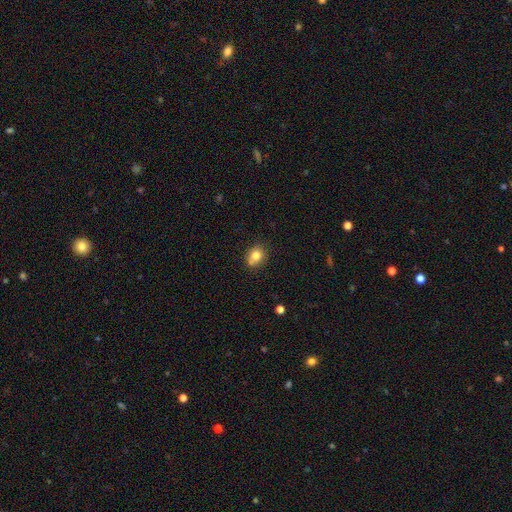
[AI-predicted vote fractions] A smooth galaxy with no disk features (79%) that is round (63%). Merging: none (65%).